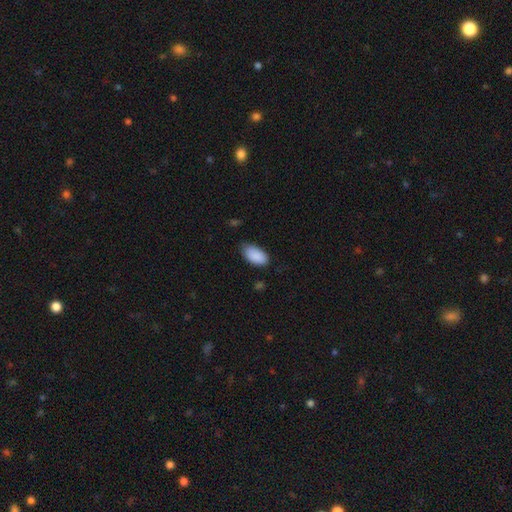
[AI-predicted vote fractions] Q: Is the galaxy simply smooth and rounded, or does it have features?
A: smooth — 90%.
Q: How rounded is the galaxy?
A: in between — 95%.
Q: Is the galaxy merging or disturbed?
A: none — 71%.